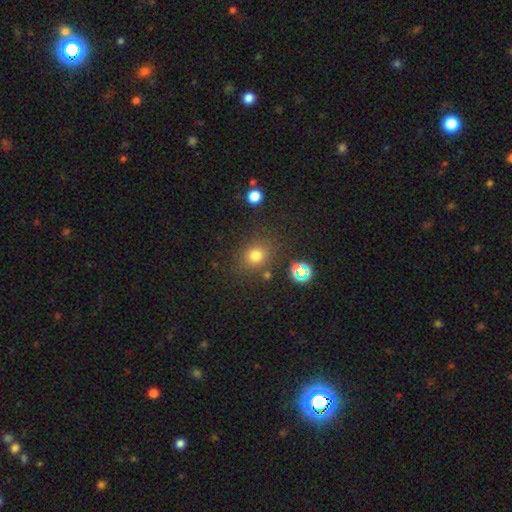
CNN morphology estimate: type=smooth (74%); roundness=round (74%); merging=none (78%).